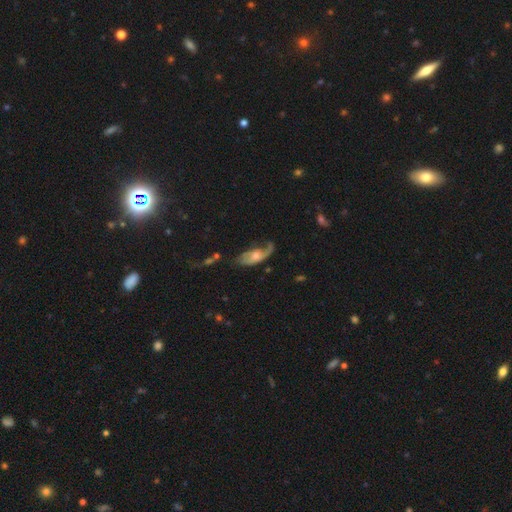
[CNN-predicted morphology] A featured or disk galaxy (67%) with no bar (71%), spiral arms (83%) and a moderate central bulge (54%). Merging: none (41%).